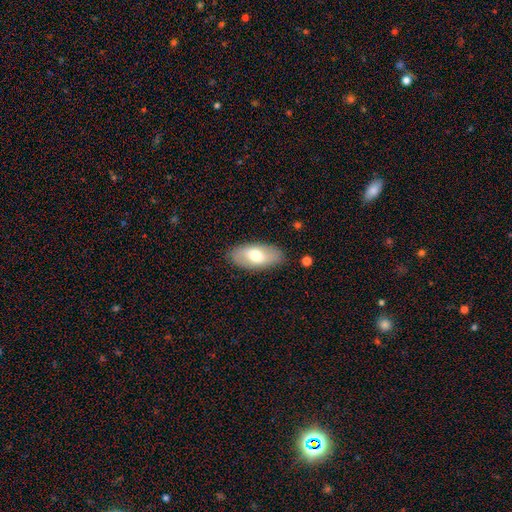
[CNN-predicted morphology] The model was most divided on "smooth or featured": smooth: 65%, featured or disk: 29%, star or artifact: 6%. More confident: how rounded — in between (92%); merging — none (85%).